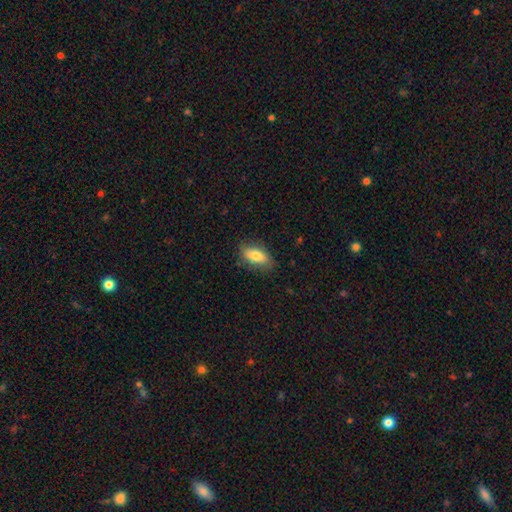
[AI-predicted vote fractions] The model was most divided on "smooth or featured": smooth: 77%, featured or disk: 16%, star or artifact: 7%. More confident: how rounded — in between (88%); merging — none (81%).